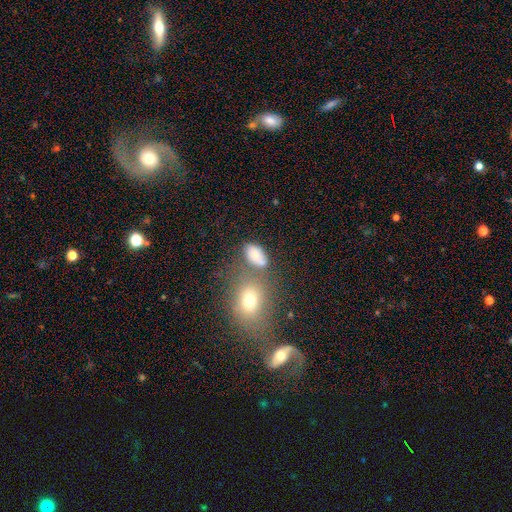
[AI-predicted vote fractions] This appears to be a smooth galaxy with no disk features (71%) that is in between round and cigar-shaped (85%). Merging: none (54%).